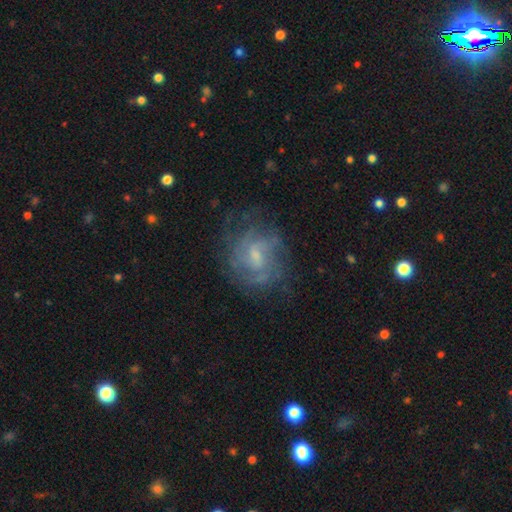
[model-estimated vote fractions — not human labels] A featured or disk galaxy (74%) with a weak bar (51%), tight (44%) spiral arms (83%) and a small central bulge (57%). Merging: none (68%).